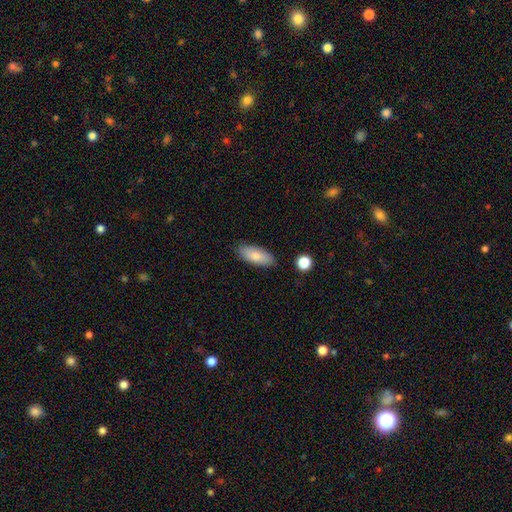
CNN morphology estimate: The model was most divided on "how rounded": in between: 80%, cigar-shaped: 18%, round: 2%. More confident: merging — none (85%); smooth or featured — smooth (81%).